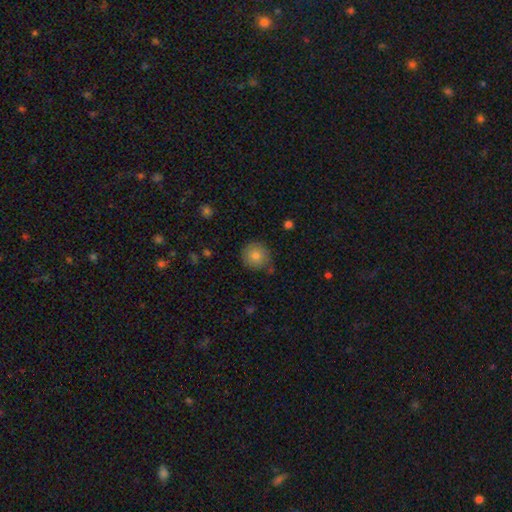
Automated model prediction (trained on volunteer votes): Morphology: type=smooth (80%); roundness=round (93%); merging=none (81%).